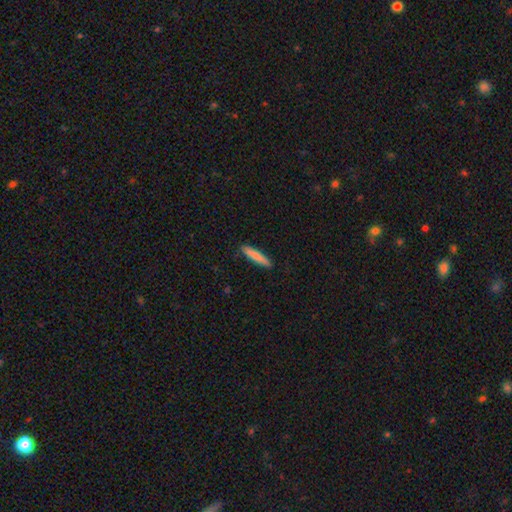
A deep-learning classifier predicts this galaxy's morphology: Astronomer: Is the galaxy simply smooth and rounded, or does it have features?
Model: smooth — 78%.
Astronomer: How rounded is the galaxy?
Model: cigar-shaped — 91%.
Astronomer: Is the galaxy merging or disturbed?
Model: none — 89%.